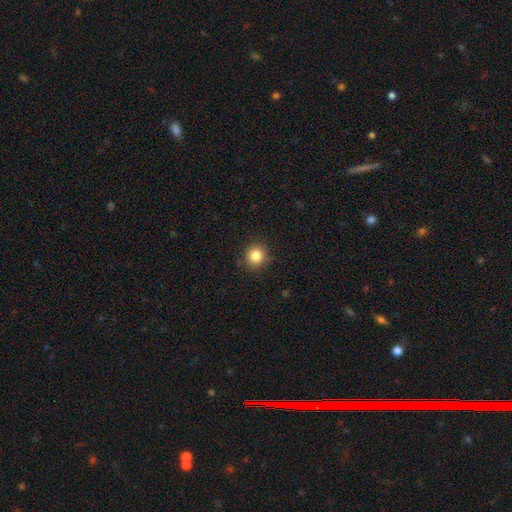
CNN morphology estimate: smooth_or_featured: smooth (p=0.83) [alt: star or artifact p=0.11]
how_rounded: round (p=0.88) [alt: in between p=0.11]
merging: none (p=0.88) [alt: minor disturbance p=0.09]